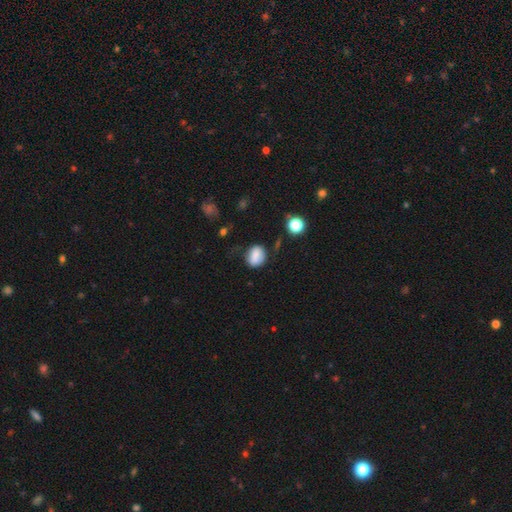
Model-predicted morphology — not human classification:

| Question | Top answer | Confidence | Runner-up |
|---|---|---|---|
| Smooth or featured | smooth | 78% | featured or disk (12%) |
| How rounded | in between | 51% | round (48%) |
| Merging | none | 65% | minor disturbance (23%) |